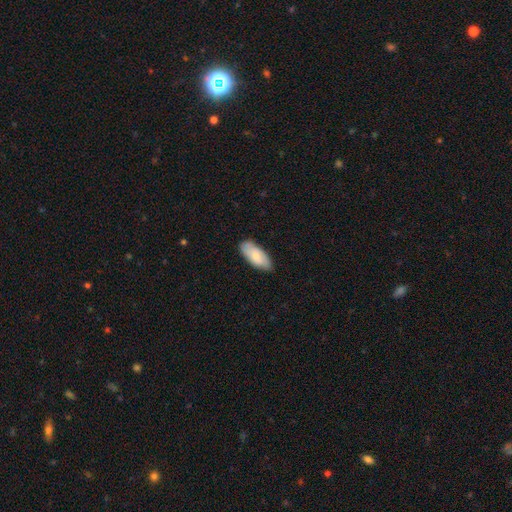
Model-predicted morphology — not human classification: type=smooth (73%); roundness=in between (86%); merging=none (78%).